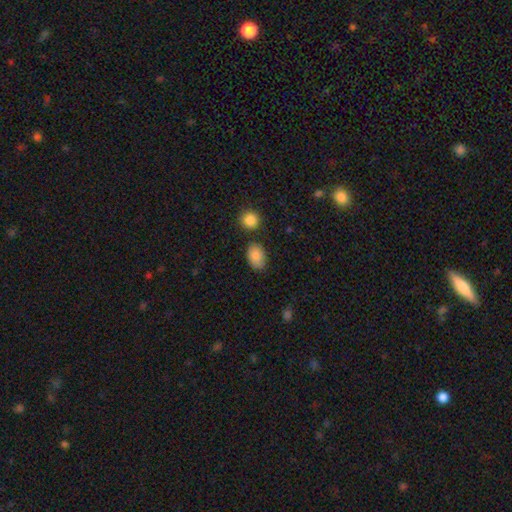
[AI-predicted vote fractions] Morphology: type=smooth (87%); roundness=in between (83%); merging=none (75%).